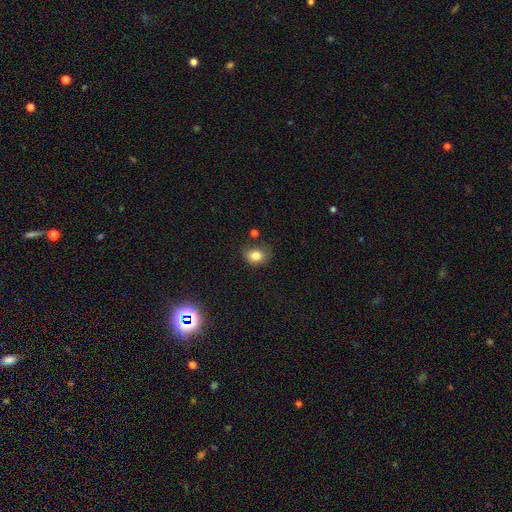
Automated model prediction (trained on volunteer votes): Morphology: type=smooth (81%); roundness=in between (52%); merging=none (61%).